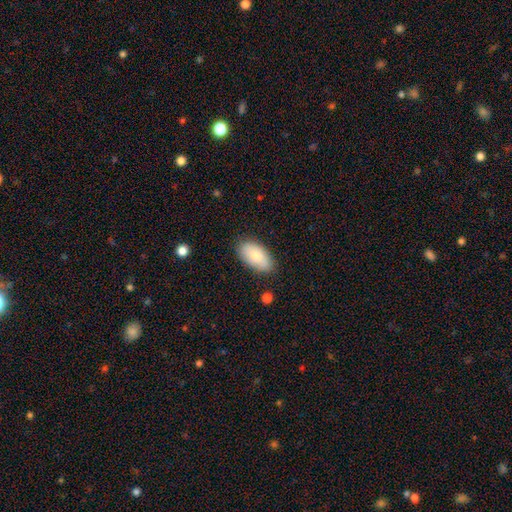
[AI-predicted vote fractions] A smooth galaxy with no disk features (79%) that is in between round and cigar-shaped (94%). Merging: none (81%).